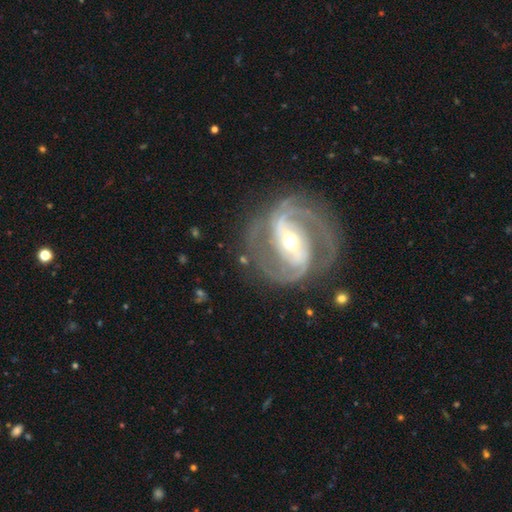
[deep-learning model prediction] A featured or disk galaxy (89%) with a strong bar (64%), 2 (85%) medium (47%) spiral arms (95%) and a moderate central bulge (47%, tied with small).

Vote fractions:
- Smooth or featured? featured or disk: 89% / smooth: 5% / star or artifact: 5%
- Edge-on disk? no: 96% / yes: 4%
- Bar? strong: 64% / weak: 25% / no: 11%
- Spiral arms? yes: 95% / no: 5%
- Spiral winding? medium: 47% / tight: 42% / loose: 11%
- Spiral arm count? 2: 85% / 3: 5% / can't tell: 5% / 1: 2% / 4: 2% / more than 4: 1%
- Bulge size? moderate: 47% (tied) / small: 47% (tied) / large: 4% / dominant: 1% / none: 1%
- Merging? none: 79% / minor disturbance: 12% / major disturbance: 7% / merger: 2%